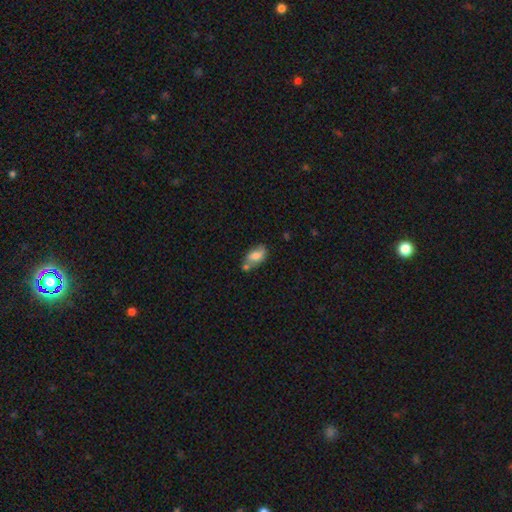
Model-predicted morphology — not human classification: Smooth or featured?
  - smooth: 63% *
  - featured or disk: 29%
  - star or artifact: 8%
How rounded?
  - in between: 88% *
  - round: 7%
  - cigar-shaped: 5%
Merging?
  - none: 49% *
  - minor disturbance: 23%
  - merger: 22%
  - major disturbance: 7%